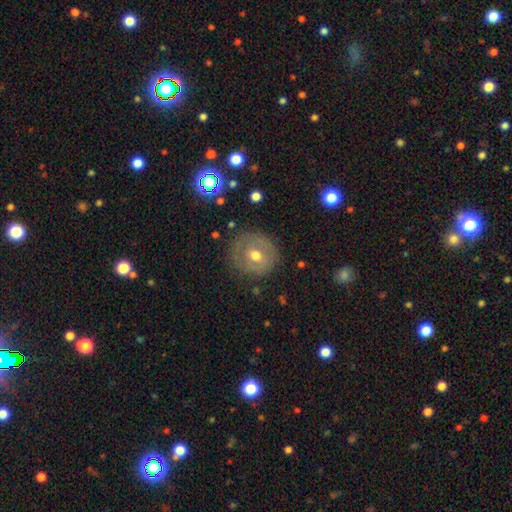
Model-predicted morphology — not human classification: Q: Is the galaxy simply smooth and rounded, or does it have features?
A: smooth — 52%.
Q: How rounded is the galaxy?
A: round — 88%.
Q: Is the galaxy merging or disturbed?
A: none — 78%.